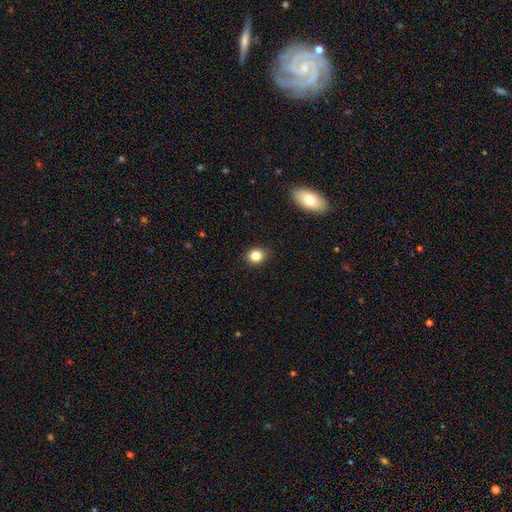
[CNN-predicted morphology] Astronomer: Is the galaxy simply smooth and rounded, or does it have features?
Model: smooth — 83%.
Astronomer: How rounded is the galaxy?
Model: round — 73%.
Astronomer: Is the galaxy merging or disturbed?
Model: none — 88%.